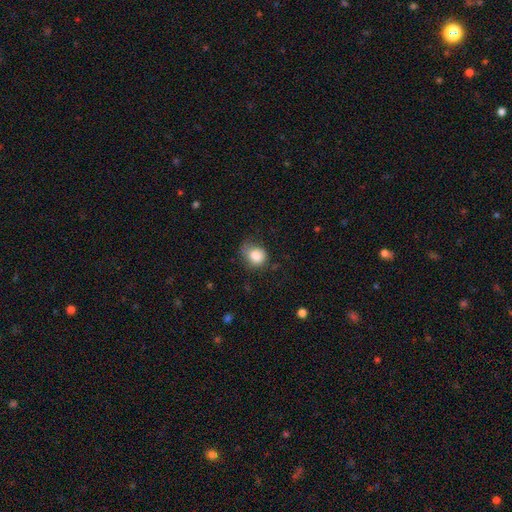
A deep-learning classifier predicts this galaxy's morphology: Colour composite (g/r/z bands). It shows a smooth galaxy with no disk features (84%) that is round (70%). Merging: none (55%).